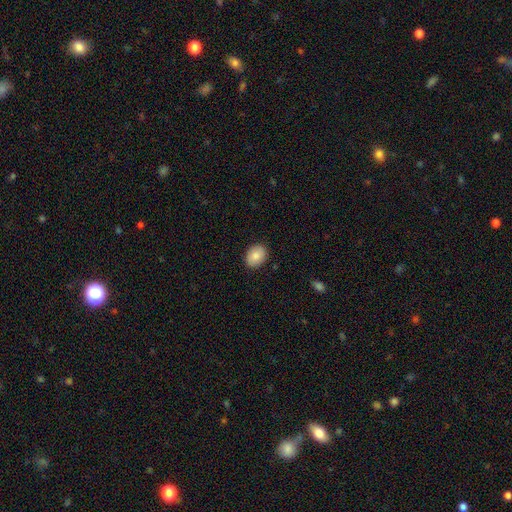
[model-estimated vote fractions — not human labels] This is clearly a smooth galaxy (85%). How rounded: likely in between (67%). Merging: clearly none (89%).